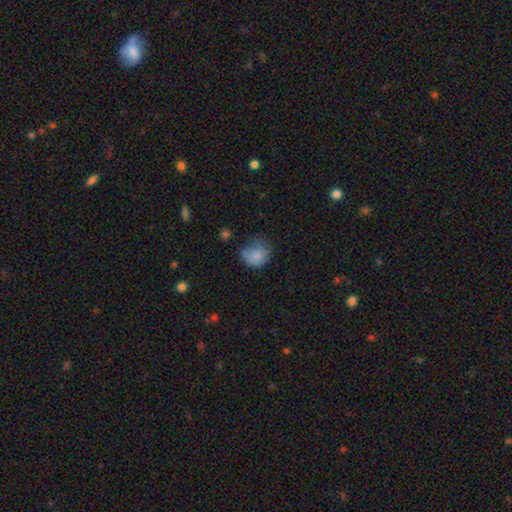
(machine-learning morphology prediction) Q: Smooth or featured?
A: smooth (78%); runner-up: featured or disk (12%)
Q: How rounded?
A: round (67%); runner-up: in between (32%)
Q: Merging?
A: none (42%); runner-up: minor disturbance (34%)